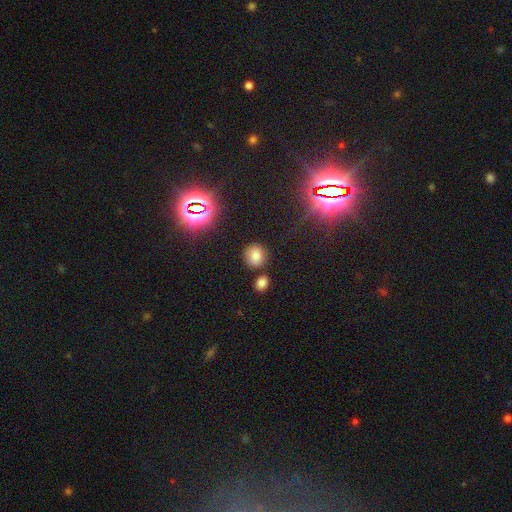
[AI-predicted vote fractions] smooth_or_featured: smooth (p=0.75) [alt: star or artifact p=0.17]
how_rounded: round (p=0.82) [alt: in between p=0.17]
merging: none (p=0.80) [alt: minor disturbance p=0.09]